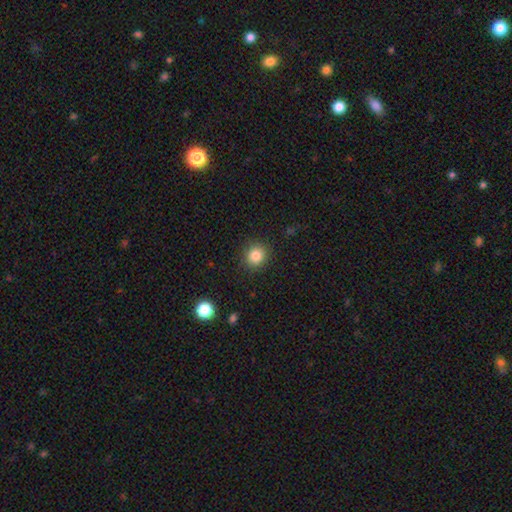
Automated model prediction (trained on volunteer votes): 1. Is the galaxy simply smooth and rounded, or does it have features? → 84% smooth, 11% star or artifact, 5% featured or disk.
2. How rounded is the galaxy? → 86% round, 13% in between, 1% cigar-shaped.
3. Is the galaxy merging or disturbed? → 90% none, 7% minor disturbance, 2% major disturbance, 1% merger.